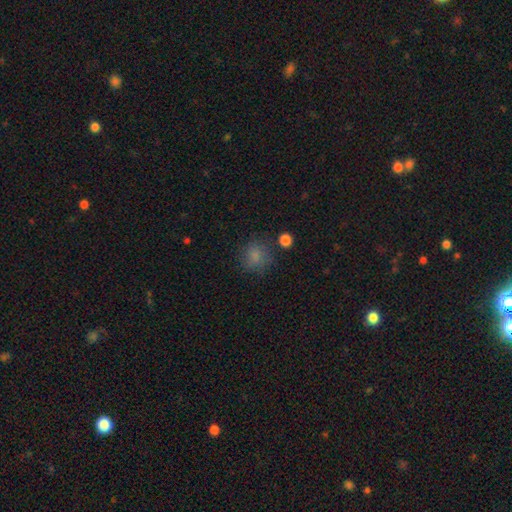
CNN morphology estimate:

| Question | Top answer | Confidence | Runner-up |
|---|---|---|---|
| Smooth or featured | smooth | 81% | star or artifact (12%) |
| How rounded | round | 84% | in between (15%) |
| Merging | none | 76% | minor disturbance (14%) |